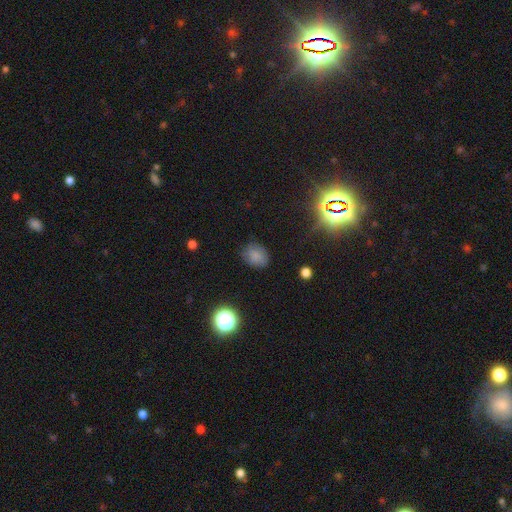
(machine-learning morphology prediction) A smooth galaxy with no disk features (78%) that is in between round and cigar-shaped (55%). Merging: none (79%).